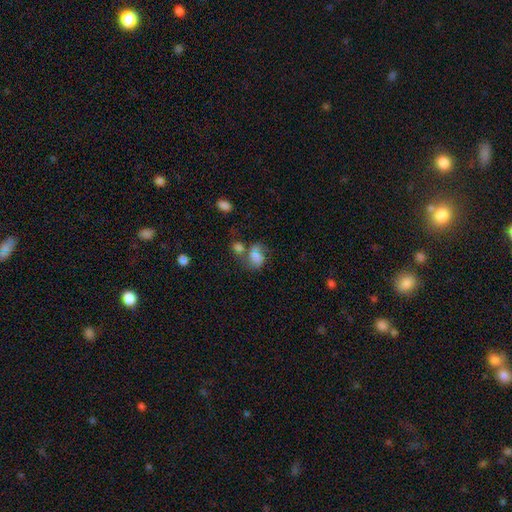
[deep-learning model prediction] Smooth or featured? smooth (68%)
How rounded? in between (59%)
Merging? merger (40%)